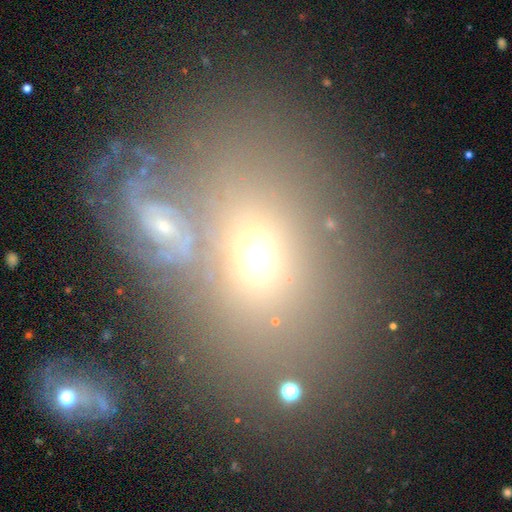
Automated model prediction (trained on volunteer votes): Smooth or featured? smooth (57%)
How rounded? in between (73%)
Merging? none (43%)